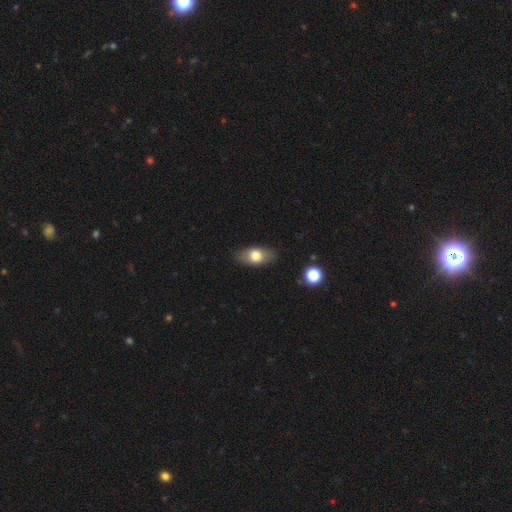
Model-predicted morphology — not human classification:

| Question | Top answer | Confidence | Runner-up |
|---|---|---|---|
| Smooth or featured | smooth | 73% | featured or disk (20%) |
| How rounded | in between | 87% | round (8%) |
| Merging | none | 84% | minor disturbance (12%) |